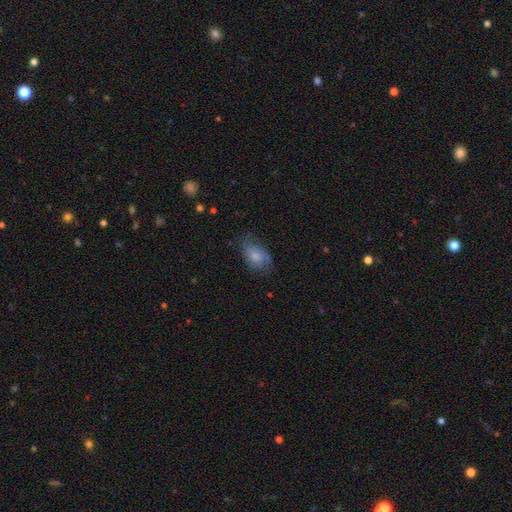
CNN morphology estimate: Smooth or featured? smooth (60%)
How rounded? in between (88%)
Merging? none (60%)